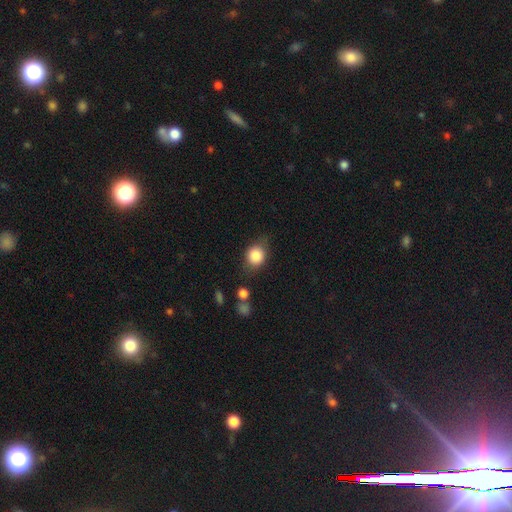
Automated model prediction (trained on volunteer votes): smooth-or-featured: smooth: 83% | star or artifact: 9% | featured or disk: 8%
  how-rounded: round: 60% | in between: 38% | cigar-shaped: 1%
  merging: none: 70% | minor disturbance: 19% | major disturbance: 7% | merger: 4%